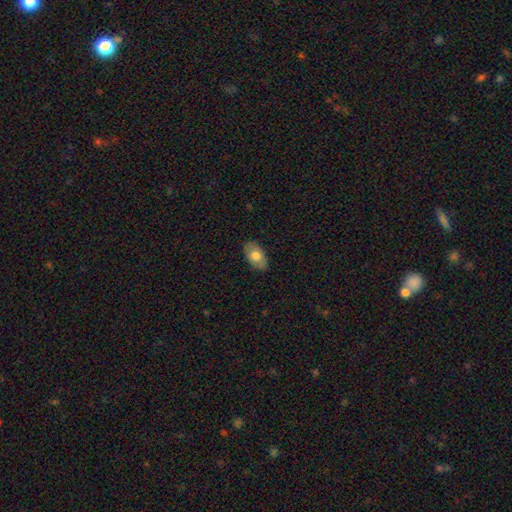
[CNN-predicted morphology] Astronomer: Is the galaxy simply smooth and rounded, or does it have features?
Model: smooth — 75%.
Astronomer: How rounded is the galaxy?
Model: in between — 93%.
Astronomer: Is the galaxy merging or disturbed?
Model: none — 86%.